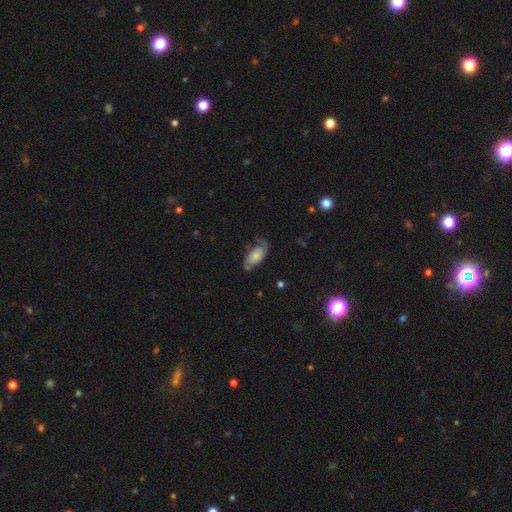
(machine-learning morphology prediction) Q: Smooth or featured?
A: featured or disk (60%); runner-up: smooth (32%)
Q: Edge-on disk?
A: no (93%); runner-up: yes (7%)
Q: Bar?
A: no (71%); runner-up: weak (23%)
Q: Spiral arms?
A: yes (89%); runner-up: no (11%)
Q: Bulge size?
A: small (35%); runner-up: moderate (28%)
Q: Merging?
A: none (59%); runner-up: minor disturbance (24%)